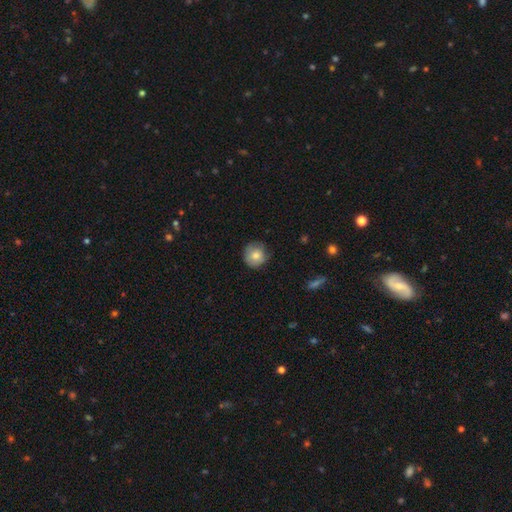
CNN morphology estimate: type=smooth (79%); roundness=round (92%); merging=none (77%).